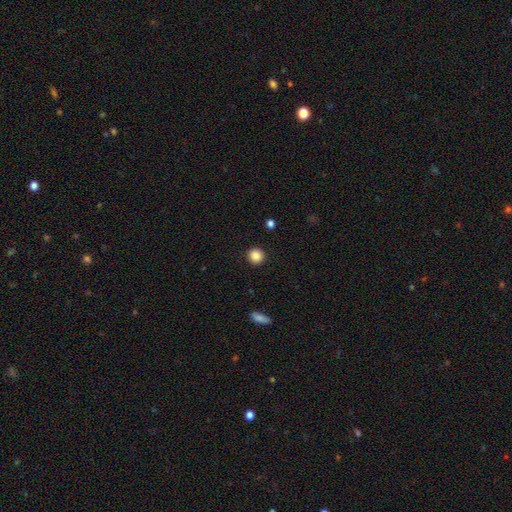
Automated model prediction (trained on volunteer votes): Q: Smooth or featured?
A: smooth (87%); runner-up: star or artifact (10%)
Q: How rounded?
A: round (92%); runner-up: in between (7%)
Q: Merging?
A: none (92%); runner-up: minor disturbance (5%)